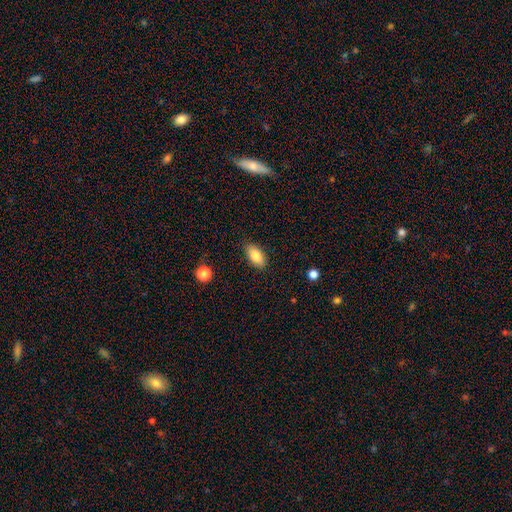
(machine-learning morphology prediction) A smooth galaxy with no disk features (84%) that is in between round and cigar-shaped (90%). Merging: none (86%).